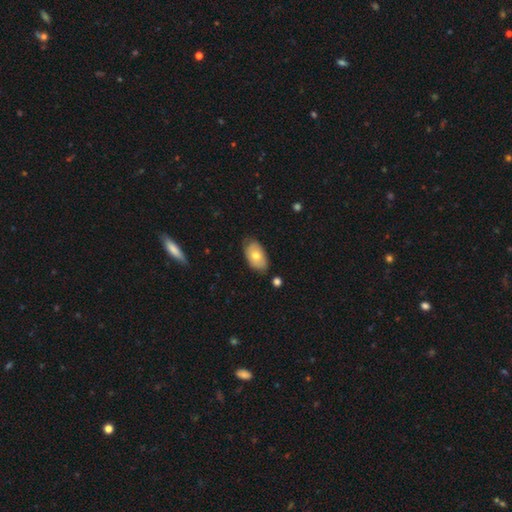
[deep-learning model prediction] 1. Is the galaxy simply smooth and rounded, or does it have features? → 70% smooth, 23% featured or disk, 7% star or artifact.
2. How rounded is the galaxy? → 93% in between, 6% round, 2% cigar-shaped.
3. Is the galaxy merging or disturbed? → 74% none, 21% minor disturbance, 3% major disturbance, 2% merger.